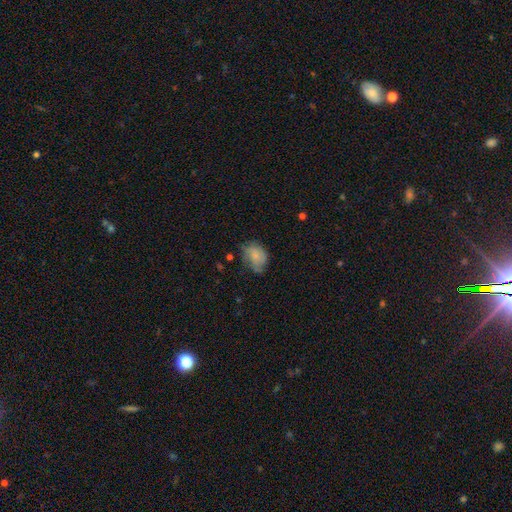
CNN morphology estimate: A smooth galaxy with no disk features (73%) that is in between round and cigar-shaped (67%). Merging: none (50%).